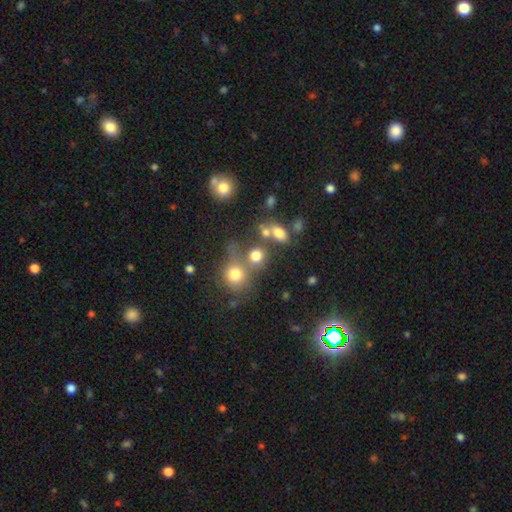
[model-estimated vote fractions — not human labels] Smooth or featured? Predicted: smooth (p=0.72). How rounded? Predicted: round (p=0.76). Merging? Predicted: none (p=0.43).